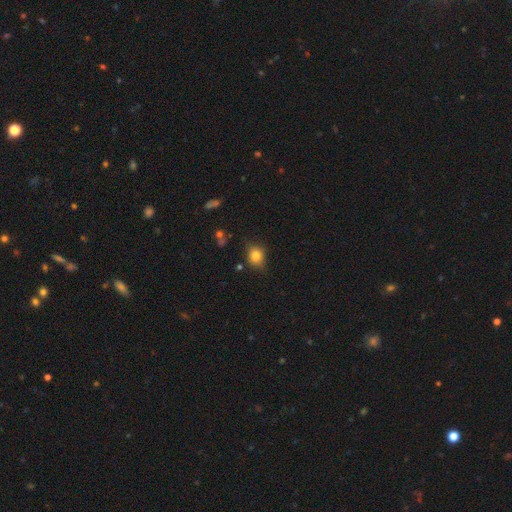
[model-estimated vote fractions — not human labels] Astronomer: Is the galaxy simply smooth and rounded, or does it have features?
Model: smooth — 82%.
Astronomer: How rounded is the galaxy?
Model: round — 55% (runner-up: in between, 44%).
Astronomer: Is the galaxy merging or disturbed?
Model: none — 76%.